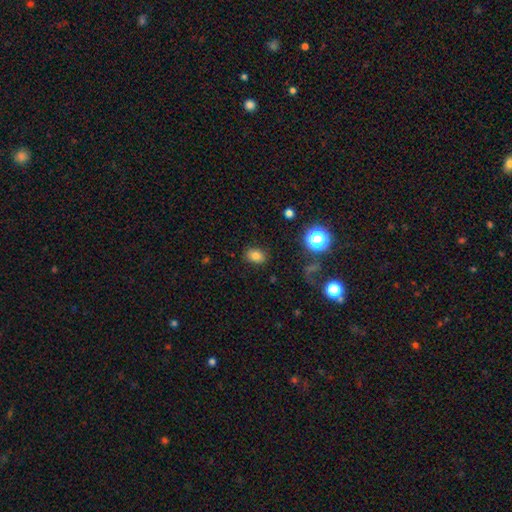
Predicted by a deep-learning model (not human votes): Q: Smooth or featured?
A: smooth (78%); runner-up: star or artifact (14%)
Q: How rounded?
A: in between (69%); runner-up: round (30%)
Q: Merging?
A: none (86%); runner-up: minor disturbance (10%)